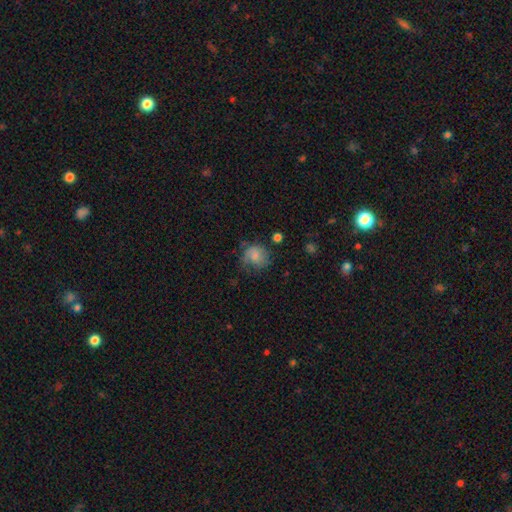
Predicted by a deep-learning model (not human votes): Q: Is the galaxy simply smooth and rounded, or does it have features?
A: smooth — 64%.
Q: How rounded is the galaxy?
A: round — 72%.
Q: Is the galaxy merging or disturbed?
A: none — 49%.